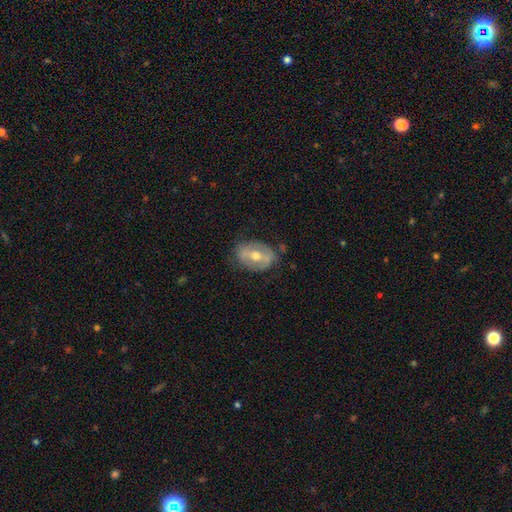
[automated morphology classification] The model was most divided on "bar": strong: 42%, weak: 36%, no: 23%. More confident: edge-on disk — no (92%); bulge size — moderate (71%); merging — none (69%); smooth or featured — featured or disk (63%); spiral arms — no (54%).